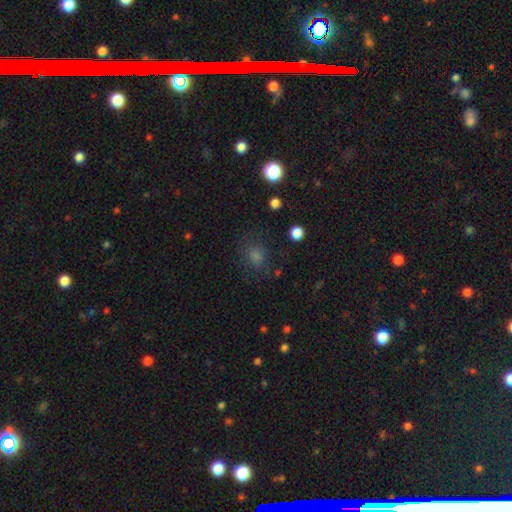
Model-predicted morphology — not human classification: Smooth or featured? Predicted: smooth (p=0.61). How rounded? Predicted: round (p=0.65). Merging? Predicted: none (p=0.74).